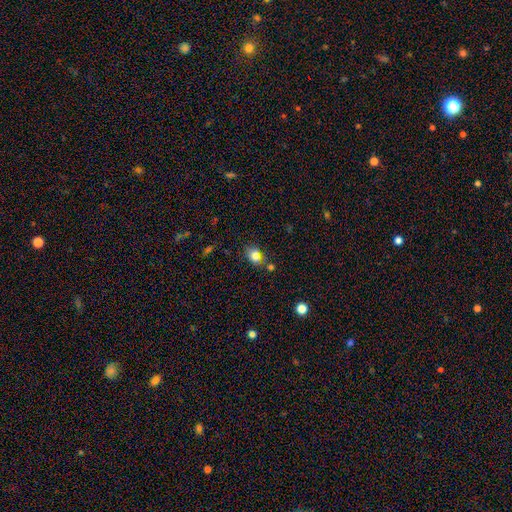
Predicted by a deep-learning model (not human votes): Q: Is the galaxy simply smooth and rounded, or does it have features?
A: smooth — 76%.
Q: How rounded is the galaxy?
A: in between — 56%.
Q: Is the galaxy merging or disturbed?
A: none — 70%.